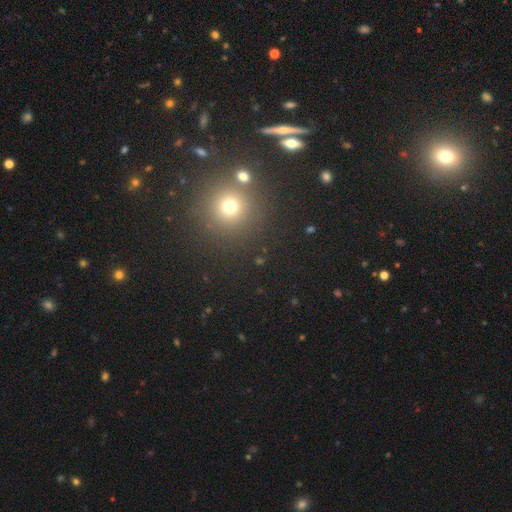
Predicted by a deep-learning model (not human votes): smooth_or_featured: star or artifact (p=0.50) [alt: smooth p=0.42]